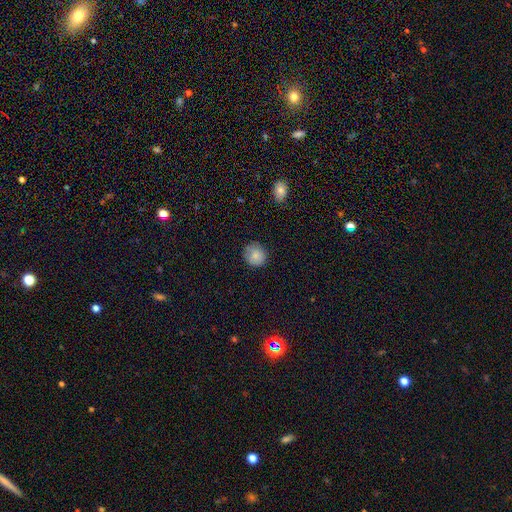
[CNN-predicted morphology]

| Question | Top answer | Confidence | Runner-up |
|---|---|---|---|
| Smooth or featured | smooth | 82% | featured or disk (9%) |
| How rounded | round | 88% | in between (11%) |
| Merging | none | 82% | minor disturbance (14%) |